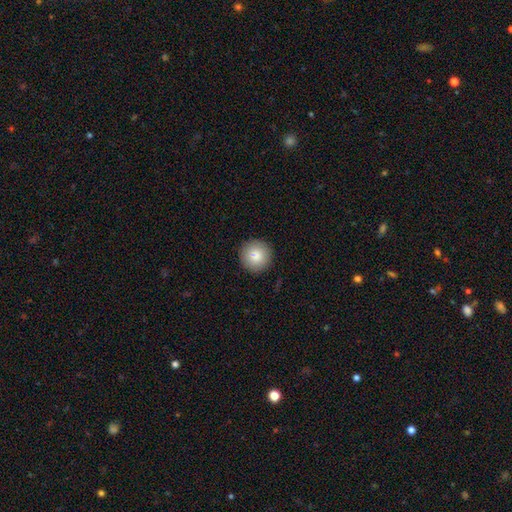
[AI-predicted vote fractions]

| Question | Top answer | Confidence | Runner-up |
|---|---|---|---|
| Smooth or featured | smooth | 85% | star or artifact (8%) |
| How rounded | round | 96% | in between (3%) |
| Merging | none | 92% | minor disturbance (5%) |